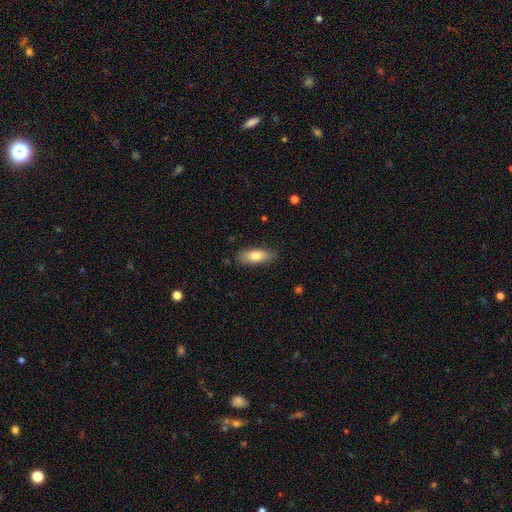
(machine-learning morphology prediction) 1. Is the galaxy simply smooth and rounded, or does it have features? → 75% smooth, 18% featured or disk, 6% star or artifact.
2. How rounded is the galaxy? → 77% in between, 20% cigar-shaped, 3% round.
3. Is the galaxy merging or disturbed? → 82% none, 14% minor disturbance, 3% major disturbance, 1% merger.